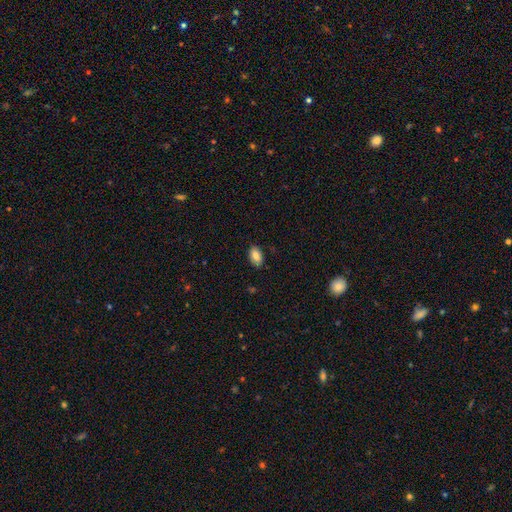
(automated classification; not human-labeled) Smooth or featured? smooth (82%)
How rounded? in between (93%)
Merging? none (86%)